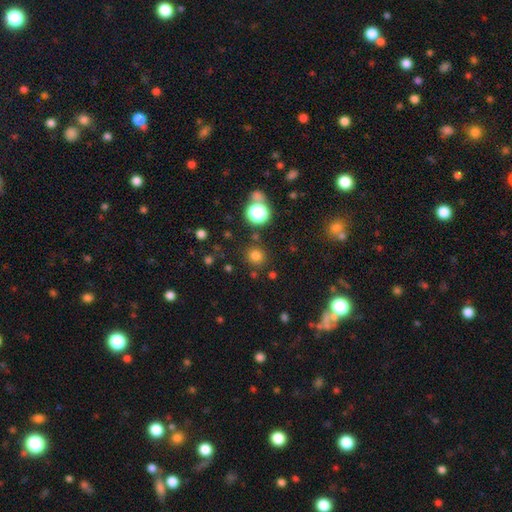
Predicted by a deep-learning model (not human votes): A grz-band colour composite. It shows a smooth galaxy with no disk features (75%) that is round (91%). Merging: none (86%).